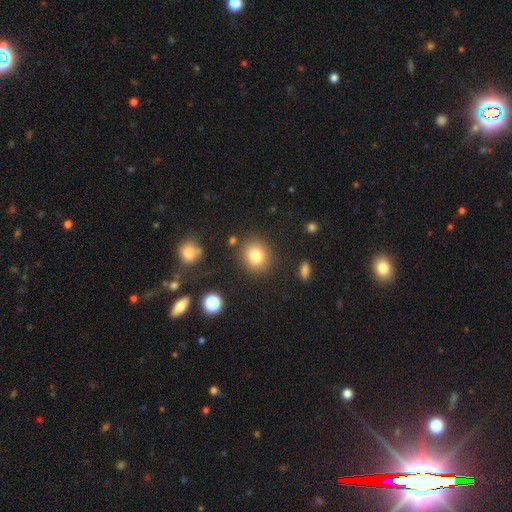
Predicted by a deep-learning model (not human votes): Overall: smooth (80%). How rounded: round (83%). Merging: none (85%).